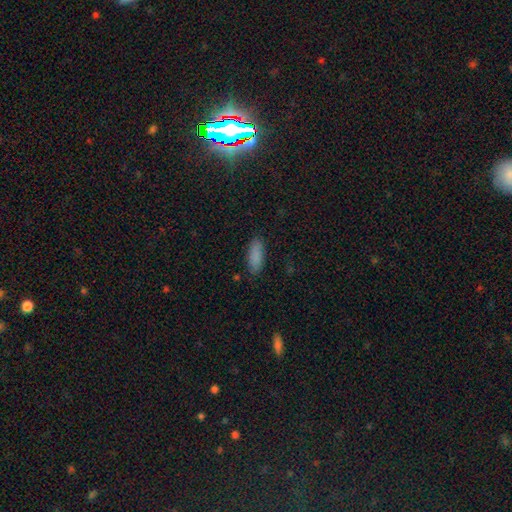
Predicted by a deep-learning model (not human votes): Q: Smooth or featured?
A: smooth (87%); runner-up: star or artifact (7%)
Q: How rounded?
A: in between (73%); runner-up: cigar-shaped (26%)
Q: Merging?
A: none (85%); runner-up: minor disturbance (11%)